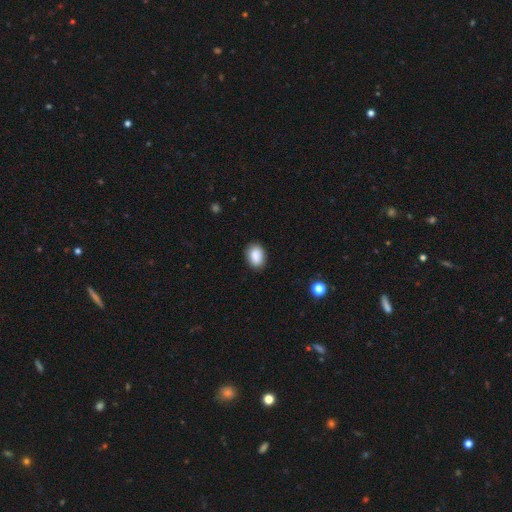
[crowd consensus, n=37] smooth-or-featured: smooth: 86% | featured or disk: 8% | star or artifact: 5%
  how-rounded: in between: 81% | round: 19% | cigar-shaped: 0%
  merging: none: 83% | minor disturbance: 11% | merger: 6% | major disturbance: 0%